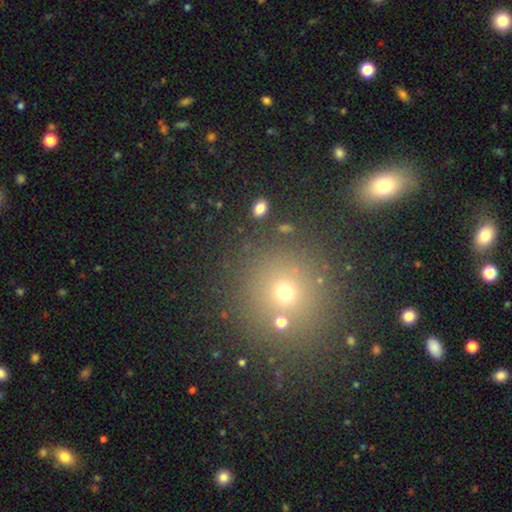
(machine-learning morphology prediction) smooth-or-featured: smooth: 53% | star or artifact: 37% | featured or disk: 11%
  how-rounded: round: 88% | in between: 11% | cigar-shaped: 1%
  merging: none: 79% | merger: 9% | minor disturbance: 8% | major disturbance: 4%